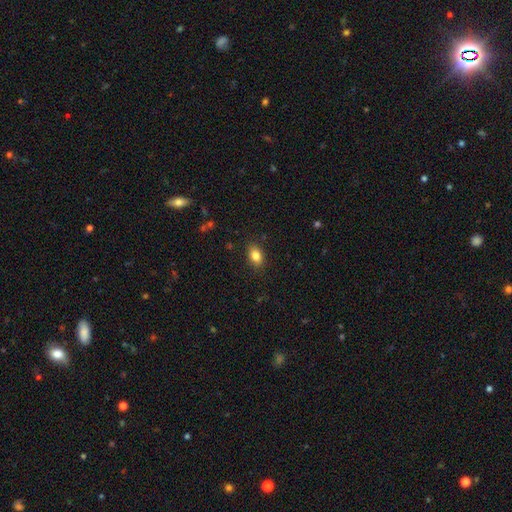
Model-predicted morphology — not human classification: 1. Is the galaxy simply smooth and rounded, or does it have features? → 84% smooth, 9% star or artifact, 7% featured or disk.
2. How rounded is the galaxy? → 82% in between, 16% round, 2% cigar-shaped.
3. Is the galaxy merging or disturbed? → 86% none, 10% minor disturbance, 3% major disturbance, 1% merger.